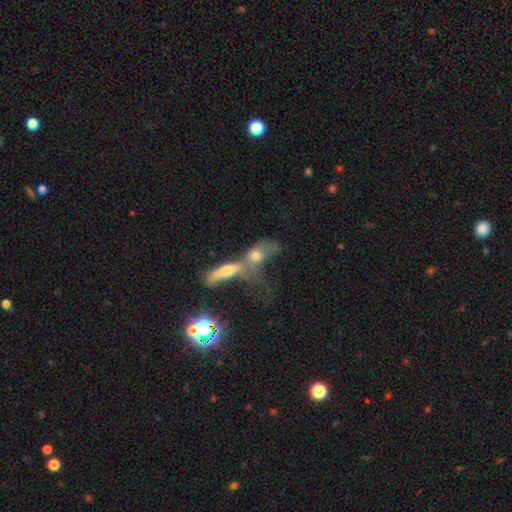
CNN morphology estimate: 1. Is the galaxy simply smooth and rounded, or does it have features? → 57% smooth, 32% featured or disk, 11% star or artifact.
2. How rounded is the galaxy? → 65% in between, 20% cigar-shaped, 14% round.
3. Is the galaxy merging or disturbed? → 64% merger, 15% none, 13% major disturbance, 8% minor disturbance.